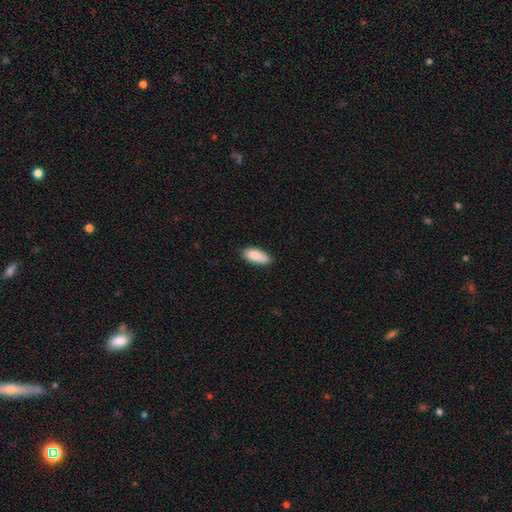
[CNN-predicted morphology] The model was most divided on "how rounded": in between: 83%, cigar-shaped: 16%, round: 2%. More confident: smooth or featured — smooth (89%); merging — none (82%).